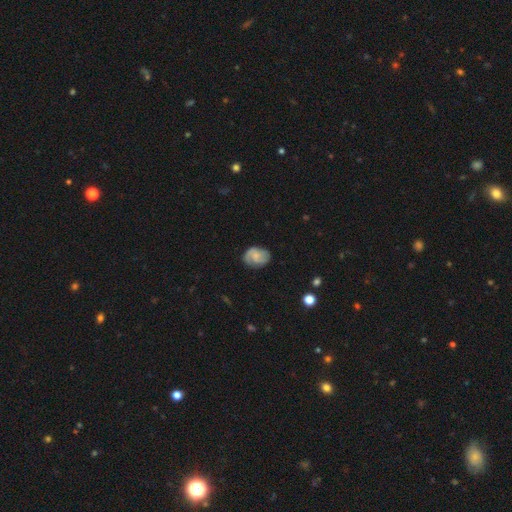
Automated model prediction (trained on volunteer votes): Smooth or featured?
  - featured or disk: 47% *
  - smooth: 45%
  - star or artifact: 8%
Merging?
  - none: 72% *
  - minor disturbance: 21%
  - major disturbance: 6%
  - merger: 1%